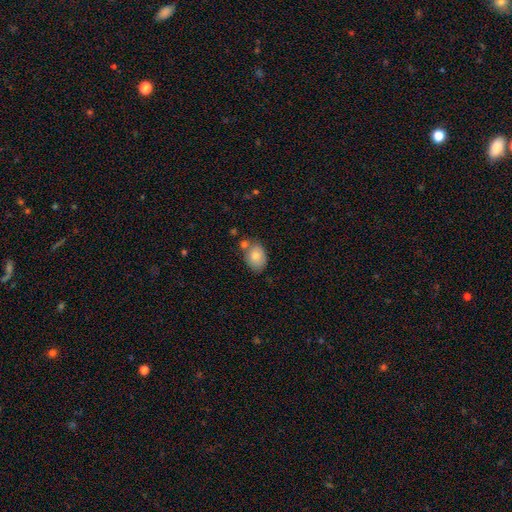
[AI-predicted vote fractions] Smooth or featured?
  - smooth: 78% *
  - featured or disk: 13%
  - star or artifact: 8%
How rounded?
  - in between: 73% *
  - round: 26%
  - cigar-shaped: 1%
Merging?
  - none: 62% *
  - merger: 17%
  - minor disturbance: 17%
  - major disturbance: 4%